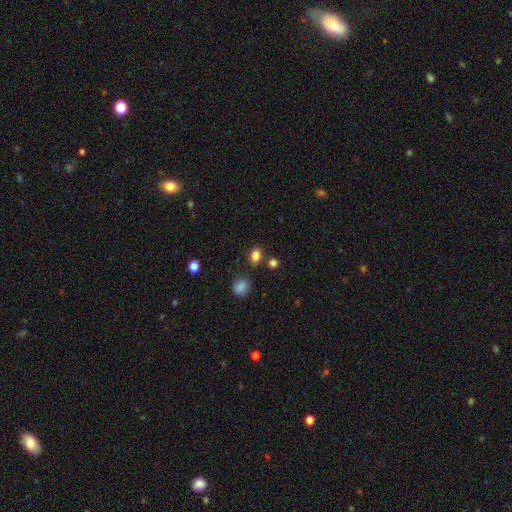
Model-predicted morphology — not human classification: Smooth or featured? Predicted: smooth (p=0.84). How rounded? Predicted: in between (p=0.67). Merging? Predicted: none (p=0.78).